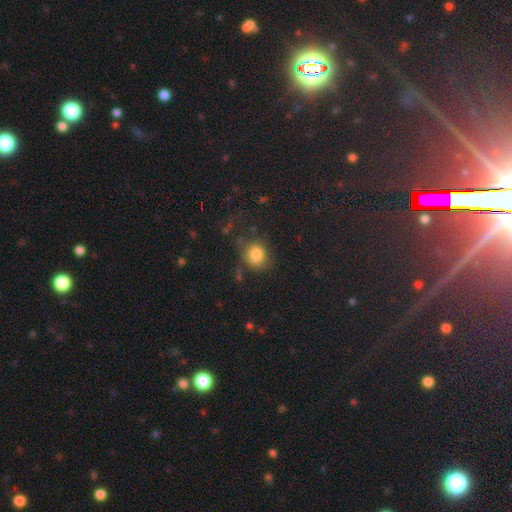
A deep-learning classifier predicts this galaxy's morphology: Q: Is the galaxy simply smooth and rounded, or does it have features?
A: smooth — 83%.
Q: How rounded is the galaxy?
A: round — 73%.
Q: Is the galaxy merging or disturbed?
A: none — 70%.